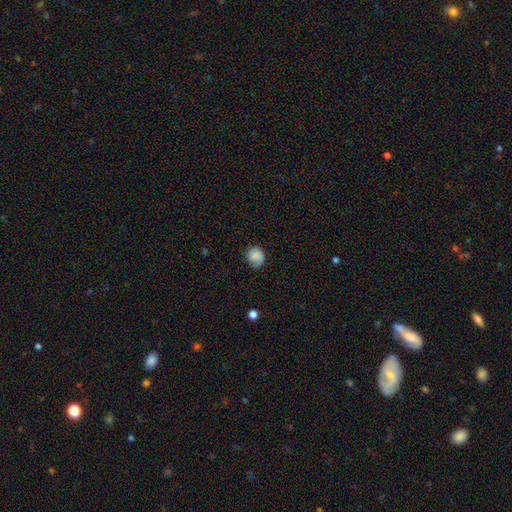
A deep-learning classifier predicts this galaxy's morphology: This appears to be a smooth galaxy with no disk features (85%) that is round (78%). Merging: none (72%).